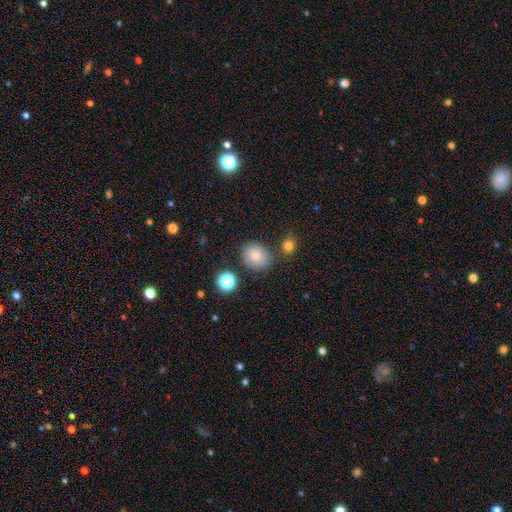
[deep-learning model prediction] The model was most divided on "how rounded": round: 66%, in between: 33%, cigar-shaped: 1%. More confident: smooth or featured — smooth (81%); merging — none (74%).